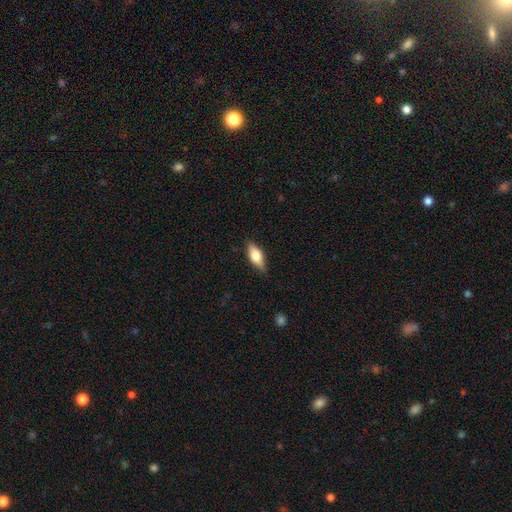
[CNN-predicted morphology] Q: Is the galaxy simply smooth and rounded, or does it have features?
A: smooth — 64%.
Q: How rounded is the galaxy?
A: in between — 75%.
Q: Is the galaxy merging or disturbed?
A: none — 83%.